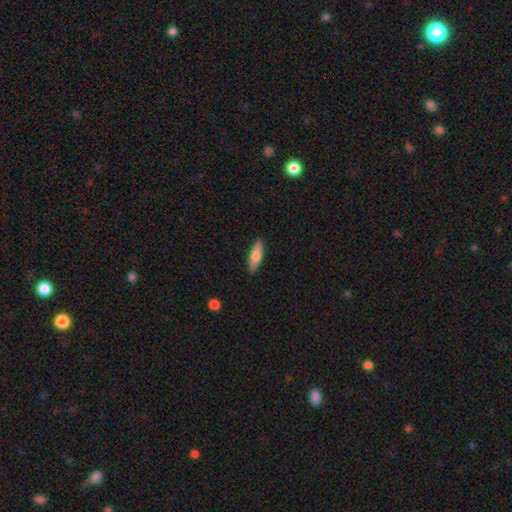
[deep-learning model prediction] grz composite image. It shows a smooth galaxy with no disk features (65%) that is cigar-shaped (58%). Merging: none (89%).